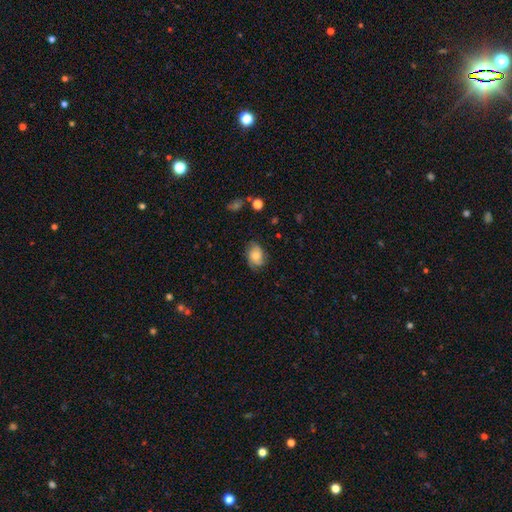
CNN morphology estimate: Overall: smooth (58%; featured or disk 33%). How rounded: in between (65%; round 33%). Merging: none (69%).